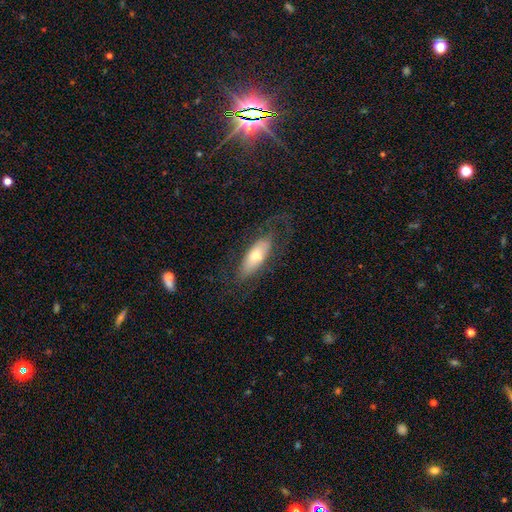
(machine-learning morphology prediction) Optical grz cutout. It shows a smooth galaxy with no disk features (49%). Merging: none (62%).